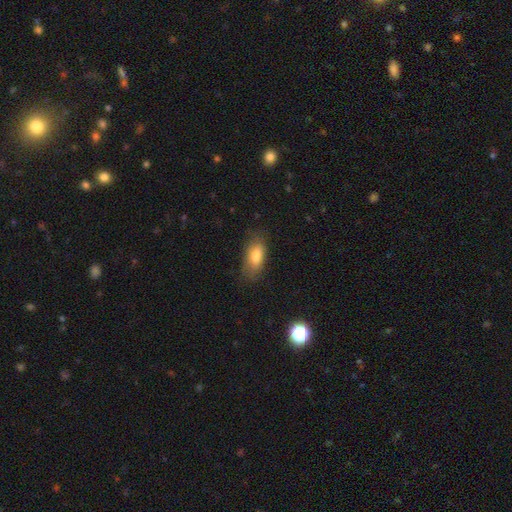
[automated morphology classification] smooth_or_featured: smooth (p=0.79) [alt: featured or disk p=0.13]
how_rounded: in between (p=0.86) [alt: cigar-shaped p=0.09]
merging: none (p=0.73) [alt: minor disturbance p=0.20]